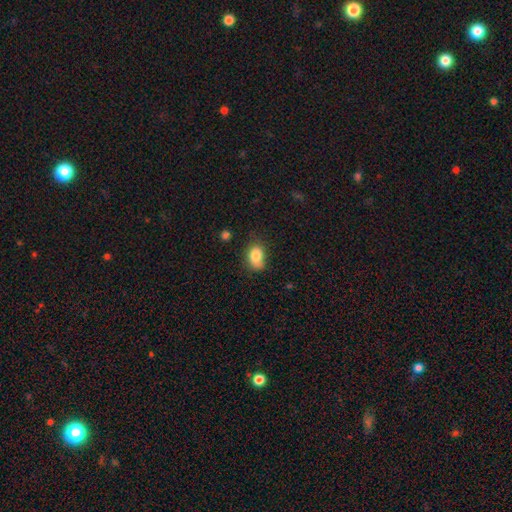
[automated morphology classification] Q: Smooth or featured?
A: smooth (82%); runner-up: featured or disk (9%)
Q: How rounded?
A: in between (77%); runner-up: round (22%)
Q: Merging?
A: none (60%); runner-up: minor disturbance (29%)